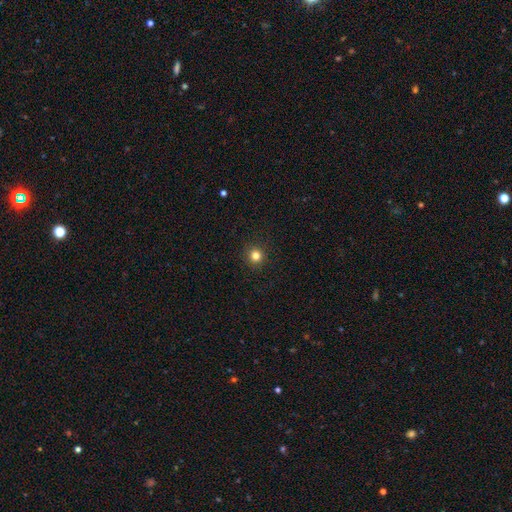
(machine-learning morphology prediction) smooth-or-featured: smooth: 82% | star or artifact: 13% | featured or disk: 5%
  how-rounded: round: 94% | in between: 5% | cigar-shaped: 1%
  merging: none: 93% | minor disturbance: 5% | major disturbance: 2% | merger: 1%